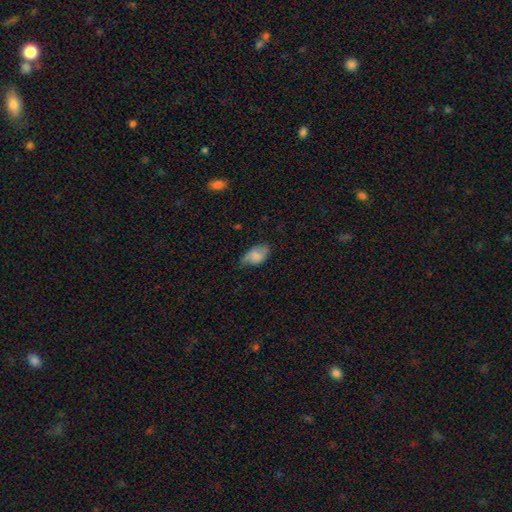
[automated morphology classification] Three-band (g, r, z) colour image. It shows a smooth galaxy with no disk features (72%) that is in between round and cigar-shaped (91%). Merging: none (48%).